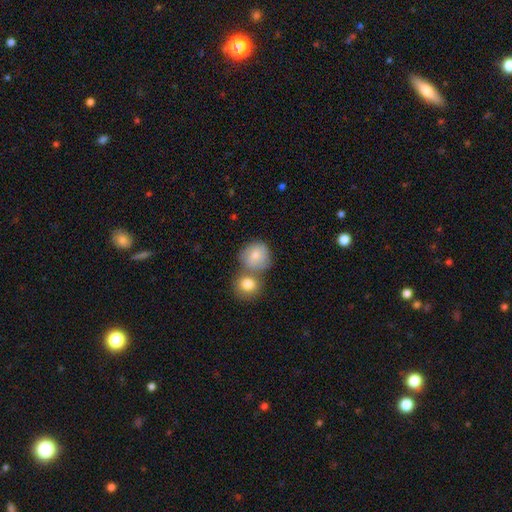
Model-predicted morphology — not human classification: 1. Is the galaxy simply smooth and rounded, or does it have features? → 78% smooth, 15% featured or disk, 7% star or artifact.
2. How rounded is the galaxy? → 82% round, 17% in between, 1% cigar-shaped.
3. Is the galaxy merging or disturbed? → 43% merger, 41% none, 11% minor disturbance, 4% major disturbance.